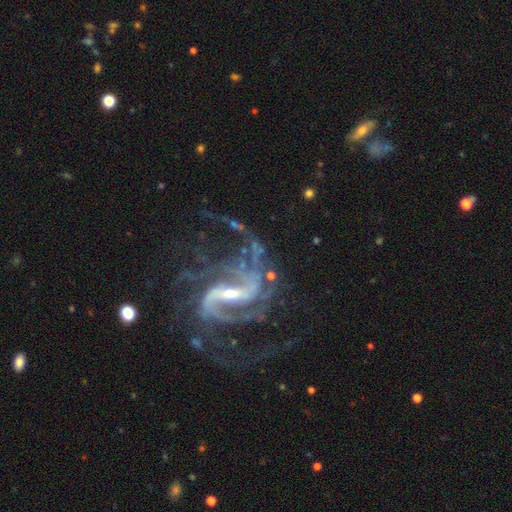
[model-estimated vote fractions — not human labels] Smooth or featured?
  - featured or disk: 92% *
  - star or artifact: 6%
  - smooth: 2%
Edge-on disk?
  - no: 98% *
  - yes: 2%
Bar?
  - strong: 61% *
  - weak: 29%
  - no: 10%
Spiral arms?
  - yes: 98% *
  - no: 2%
Spiral winding?
  - medium: 49% *
  - loose: 31%
  - tight: 20%
Spiral arm count?
  - 2: 52% *
  - 3: 16%
  - can't tell: 10%
  - 4: 8%
  - more than 4: 7%
  - 1: 7%
Bulge size?
  - small: 65% *
  - moderate: 30%
  - large: 2%
  - none: 2%
  - dominant: 1%
Merging?
  - none: 48% *
  - major disturbance: 31%
  - minor disturbance: 17%
  - merger: 5%